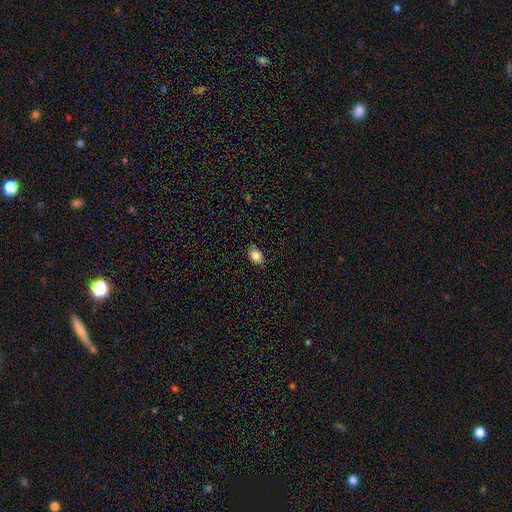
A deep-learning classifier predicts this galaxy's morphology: Smooth or featured?
  - smooth: 83% *
  - star or artifact: 9%
  - featured or disk: 8%
How rounded?
  - in between: 74% *
  - round: 24%
  - cigar-shaped: 1%
Merging?
  - none: 83% *
  - minor disturbance: 13%
  - major disturbance: 2%
  - merger: 1%